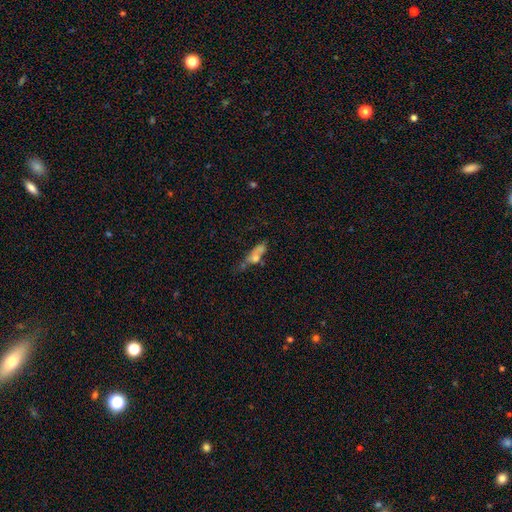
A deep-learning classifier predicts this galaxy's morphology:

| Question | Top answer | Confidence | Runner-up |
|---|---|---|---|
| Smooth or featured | smooth | 58% | featured or disk (29%) |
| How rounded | in between | 48% | cigar-shaped (43%) |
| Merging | merger | 31% | none (30%) |